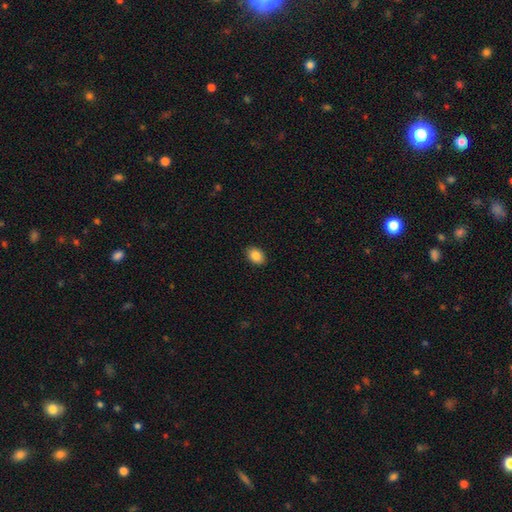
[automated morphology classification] smooth_or_featured: smooth (p=0.86) [alt: star or artifact p=0.08]
how_rounded: in between (p=0.75) [alt: round p=0.24]
merging: none (p=0.89) [alt: minor disturbance p=0.08]